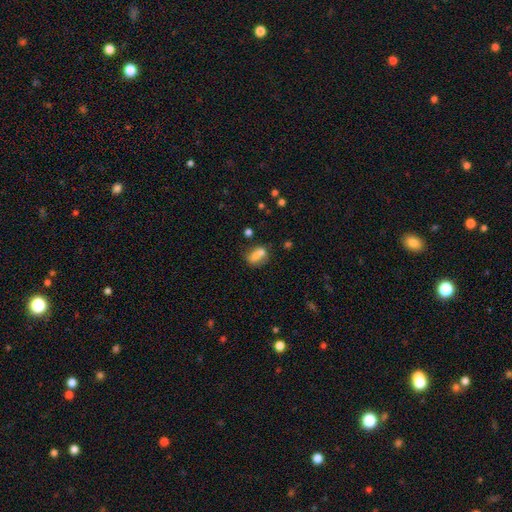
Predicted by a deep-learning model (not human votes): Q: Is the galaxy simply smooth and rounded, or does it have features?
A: smooth — 72%.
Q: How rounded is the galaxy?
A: in between — 68%.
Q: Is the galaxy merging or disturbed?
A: none — 45%.